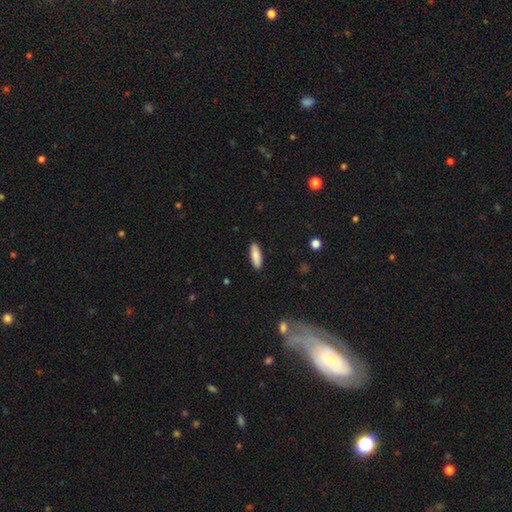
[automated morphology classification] Q: Smooth or featured?
A: smooth (85%); runner-up: featured or disk (9%)
Q: How rounded?
A: in between (51%); runner-up: cigar-shaped (47%)
Q: Merging?
A: none (90%); runner-up: minor disturbance (7%)